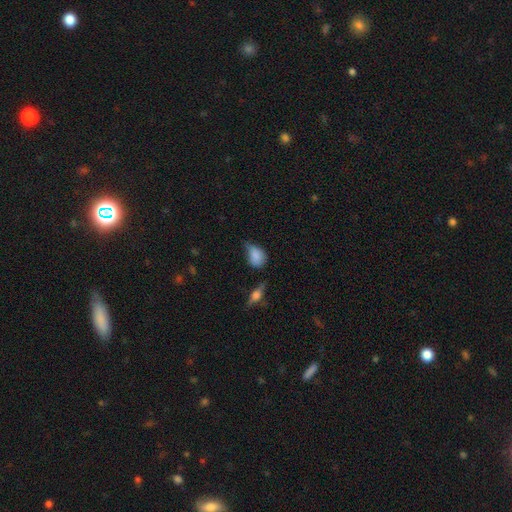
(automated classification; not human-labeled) Morphology: type=smooth (80%); roundness=in between (68%); merging=minor disturbance (48%).